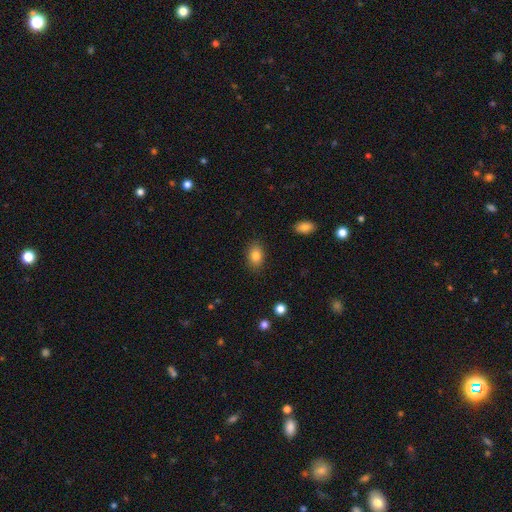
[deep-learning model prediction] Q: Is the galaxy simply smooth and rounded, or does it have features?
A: smooth — 82%.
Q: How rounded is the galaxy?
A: in between — 78%.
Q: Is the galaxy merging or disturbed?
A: none — 86%.